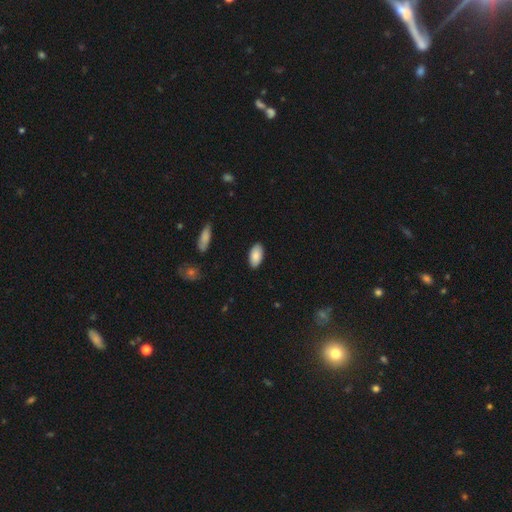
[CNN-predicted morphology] Overall: smooth (88%). How rounded: in between (95%). Merging: none (88%).